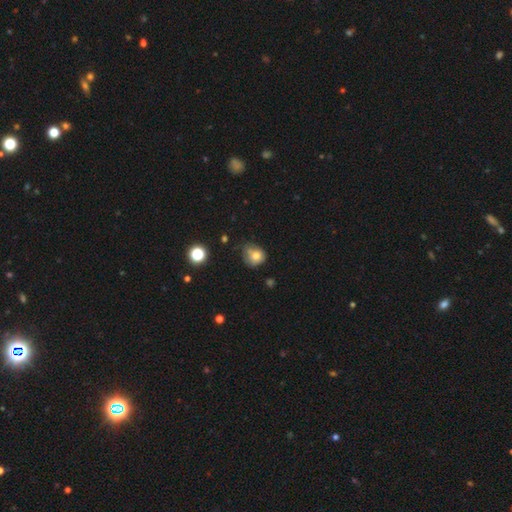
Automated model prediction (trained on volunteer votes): Morphology: type=smooth (75%); roundness=round (70%); merging=none (44%).